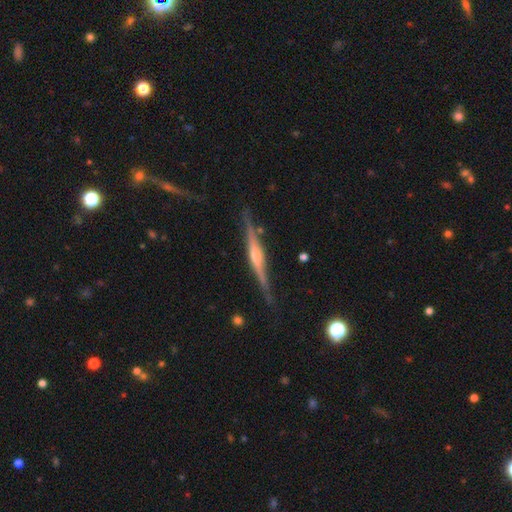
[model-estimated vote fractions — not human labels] A featured or disk galaxy (81%) viewed edge-on (98%) with a rounded central bulge (76%).

Vote fractions:
- Smooth or featured? featured or disk: 81% / smooth: 14% / star or artifact: 6%
- Edge-on disk? yes: 98% / no: 2%
- Edge-on bulge? rounded: 76% / none: 12% / boxy: 12%
- Merging? none: 84% / minor disturbance: 11% / major disturbance: 2% / merger: 2%